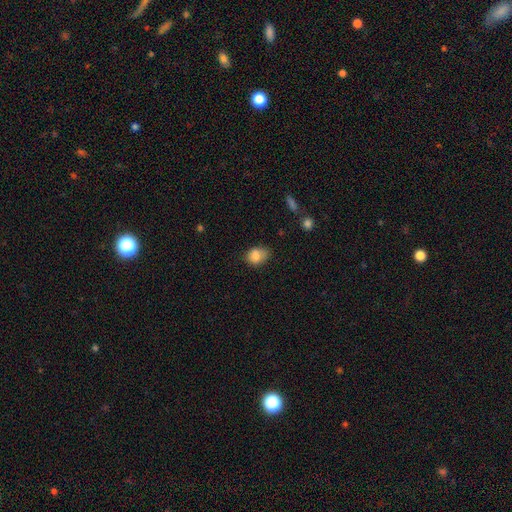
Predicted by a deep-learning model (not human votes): smooth-or-featured: smooth: 81% | star or artifact: 10% | featured or disk: 9%
  how-rounded: in between: 63% | round: 36% | cigar-shaped: 1%
  merging: none: 50% | minor disturbance: 33% | major disturbance: 10% | merger: 8%